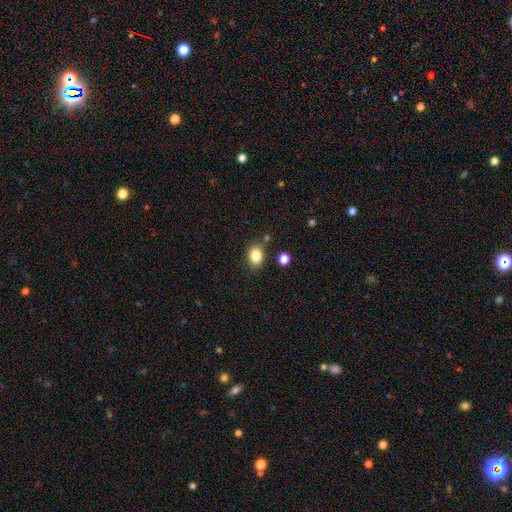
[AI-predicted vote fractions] Smooth or featured: smooth — 85% (star or artifact — 10%)
How rounded: in between — 59% (round — 40%)
Merging: none — 78% (minor disturbance — 13%)